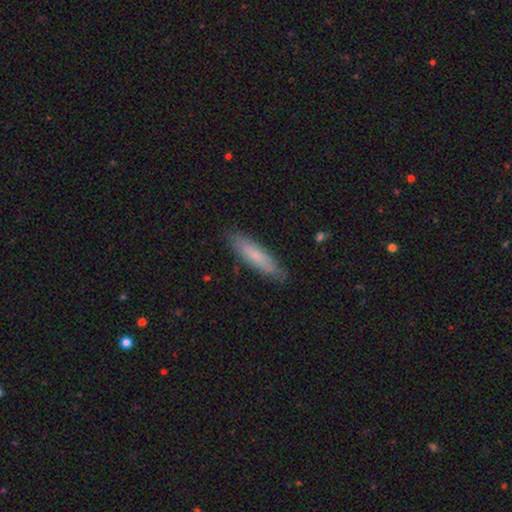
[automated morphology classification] Smooth or featured?
  - smooth: 71% *
  - featured or disk: 23%
  - star or artifact: 6%
How rounded?
  - cigar-shaped: 76% *
  - in between: 22%
  - round: 1%
Merging?
  - none: 85% *
  - minor disturbance: 11%
  - major disturbance: 2%
  - merger: 1%